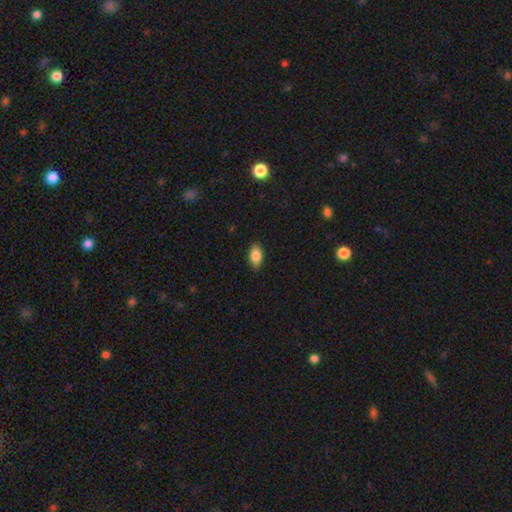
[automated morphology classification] smooth-or-featured: smooth: 86% | star or artifact: 7% | featured or disk: 6%
  how-rounded: in between: 92% | round: 4% | cigar-shaped: 4%
  merging: none: 87% | minor disturbance: 10% | major disturbance: 2% | merger: 1%